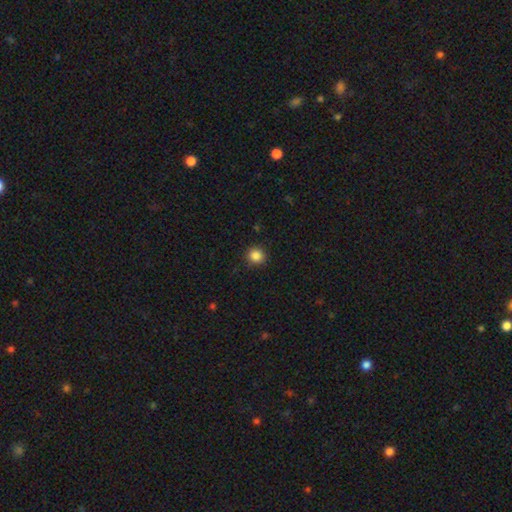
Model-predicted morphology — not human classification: A smooth galaxy with no disk features (85%) that is round (90%).

Vote fractions:
- Smooth or featured? smooth: 85% / star or artifact: 11% / featured or disk: 4%
- How rounded? round: 90% / in between: 9% / cigar-shaped: 1%
- Merging? none: 91% / minor disturbance: 6% / major disturbance: 2% / merger: 1%